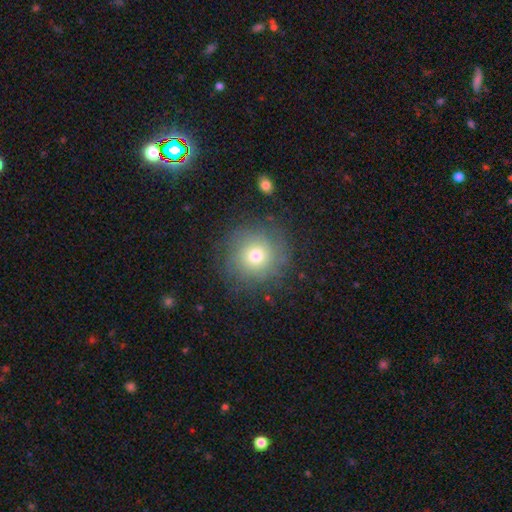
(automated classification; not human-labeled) A smooth galaxy with no disk features (67%) that is round (93%). Merging: none (81%).